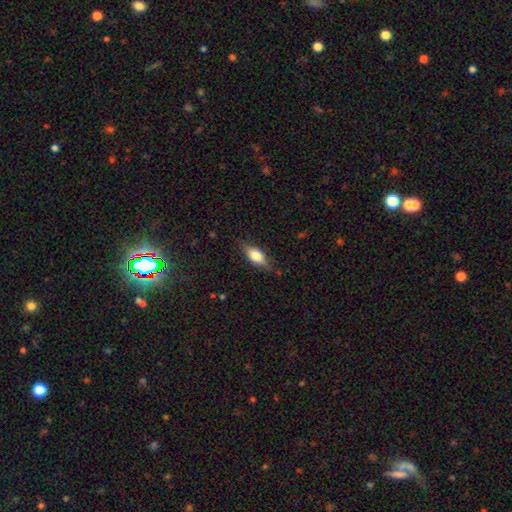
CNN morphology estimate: Overall: smooth (73%). How rounded: in between (80%). Merging: none (78%).